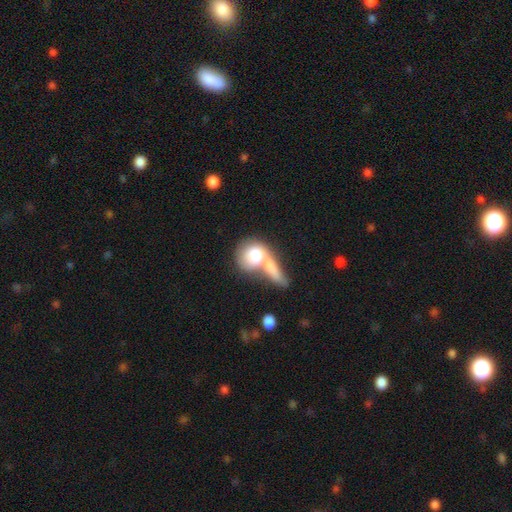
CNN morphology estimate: type=smooth (73%); roundness=round (67%); merging=merger (59%).